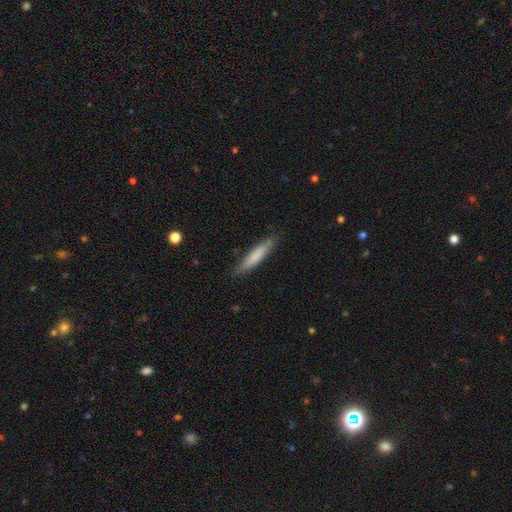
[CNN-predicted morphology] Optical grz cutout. It shows a smooth galaxy with no disk features (75%) that is cigar-shaped (90%). Merging: none (86%).